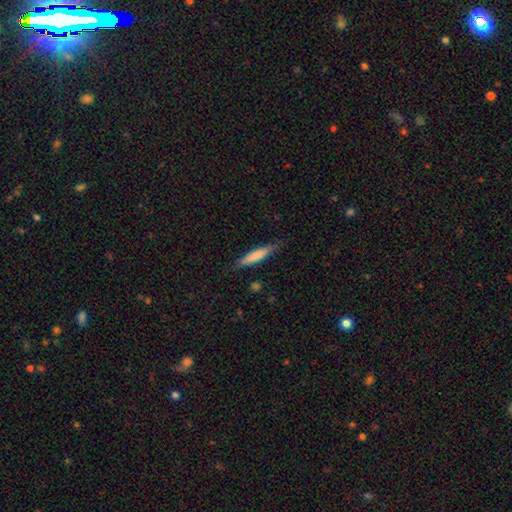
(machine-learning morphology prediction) smooth_or_featured: smooth (p=0.72) [alt: featured or disk p=0.22]
how_rounded: cigar-shaped (p=0.89) [alt: in between p=0.10]
merging: none (p=0.81) [alt: minor disturbance p=0.15]